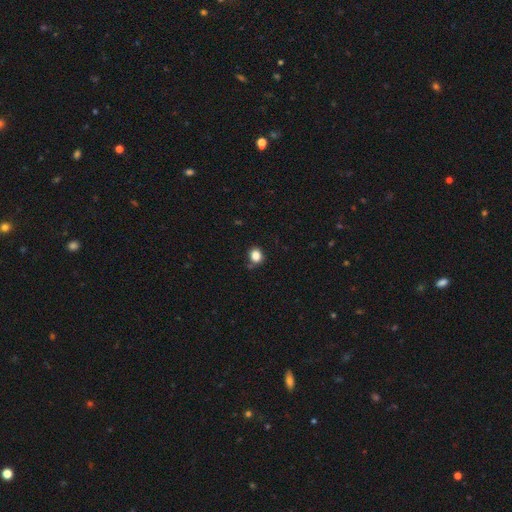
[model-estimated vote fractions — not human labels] Smooth or featured: smooth — 84% (star or artifact — 11%)
How rounded: round — 66% (in between — 33%)
Merging: none — 77% (minor disturbance — 15%)